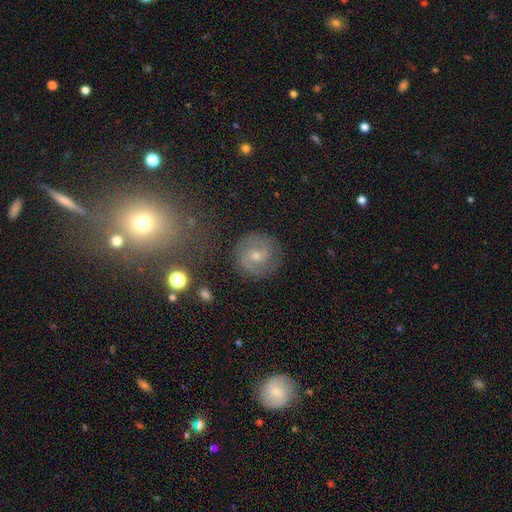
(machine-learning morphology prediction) Smooth or featured: featured or disk — 59% (smooth — 31%)
Edge-on disk: no — 97% (yes — 3%)
Bar: no — 45% (weak — 44%)
Spiral arms: yes — 85% (no — 15%)
Bulge size: moderate — 52% (small — 43%)
Merging: none — 84% (minor disturbance — 10%)